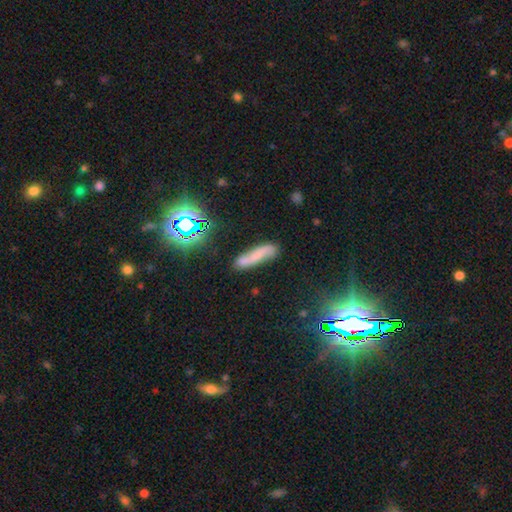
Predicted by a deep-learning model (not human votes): Morphology: type=smooth (49%); merging=none (66%).